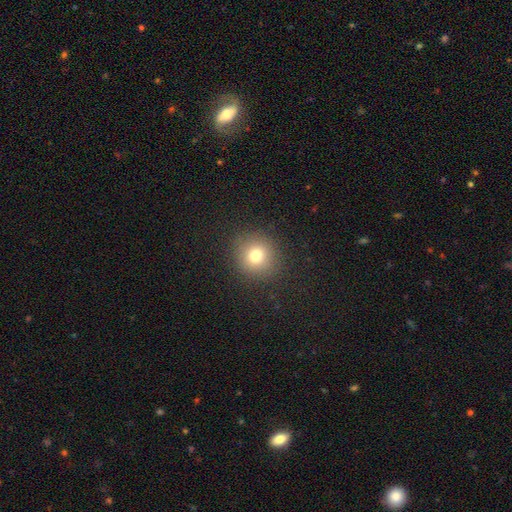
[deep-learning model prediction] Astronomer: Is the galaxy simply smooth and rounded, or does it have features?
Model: smooth — 76%.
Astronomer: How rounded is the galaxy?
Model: round — 92%.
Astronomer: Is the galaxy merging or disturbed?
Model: none — 90%.